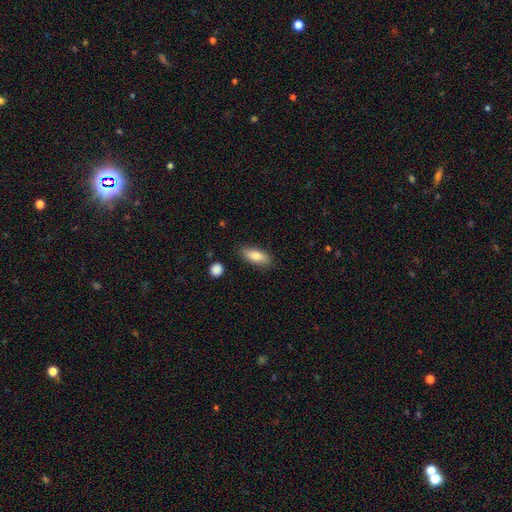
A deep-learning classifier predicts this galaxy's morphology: This appears to be a smooth galaxy with no disk features (80%) that is in between round and cigar-shaped (76%). Merging: none (84%).